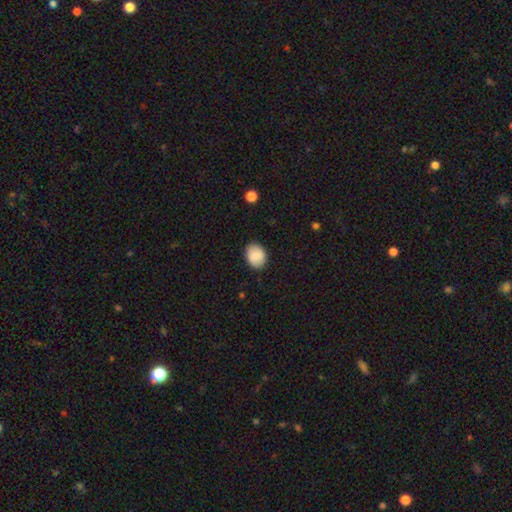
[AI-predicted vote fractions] Smooth or featured? Predicted: smooth (p=0.85). How rounded? Predicted: in between (p=0.60). Merging? Predicted: none (p=0.87).